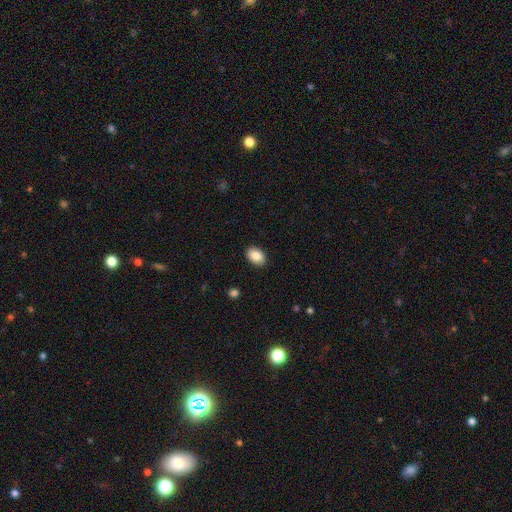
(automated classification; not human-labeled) A smooth galaxy with no disk features (87%) that is in between round and cigar-shaped (83%).

Vote fractions:
- Smooth or featured? smooth: 87% / star or artifact: 7% / featured or disk: 6%
- How rounded? in between: 83% / round: 16% / cigar-shaped: 1%
- Merging? none: 90% / minor disturbance: 7% / major disturbance: 2% / merger: 1%